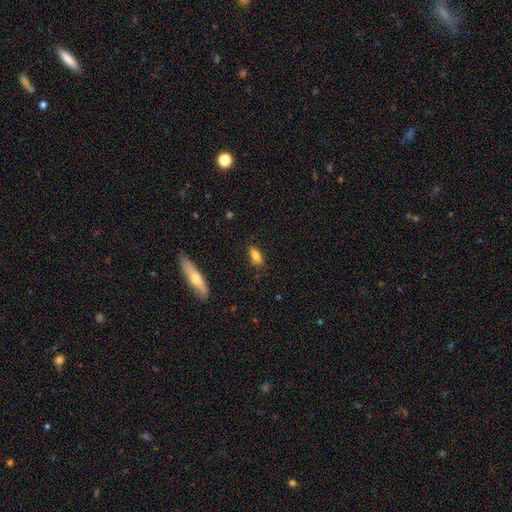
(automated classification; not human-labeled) A smooth galaxy with no disk features (73%) that is in between round and cigar-shaped (71%).

Vote fractions:
- Smooth or featured? smooth: 73% / featured or disk: 18% / star or artifact: 8%
- How rounded? in between: 71% / cigar-shaped: 25% / round: 4%
- Merging? none: 77% / minor disturbance: 17% / major disturbance: 4% / merger: 3%